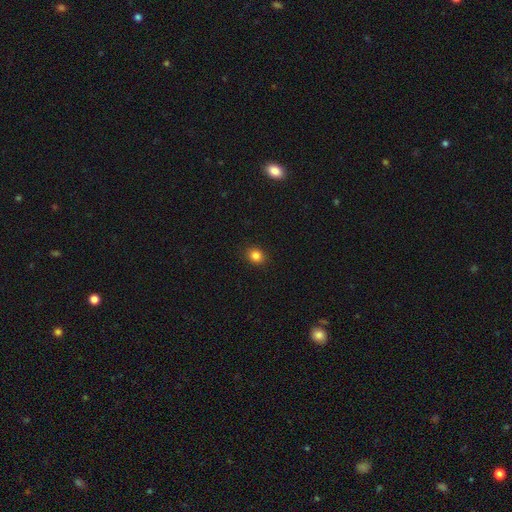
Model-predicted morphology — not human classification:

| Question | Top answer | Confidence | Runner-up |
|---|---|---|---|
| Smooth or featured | smooth | 84% | star or artifact (12%) |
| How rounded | round | 72% | in between (27%) |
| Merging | none | 90% | minor disturbance (7%) |